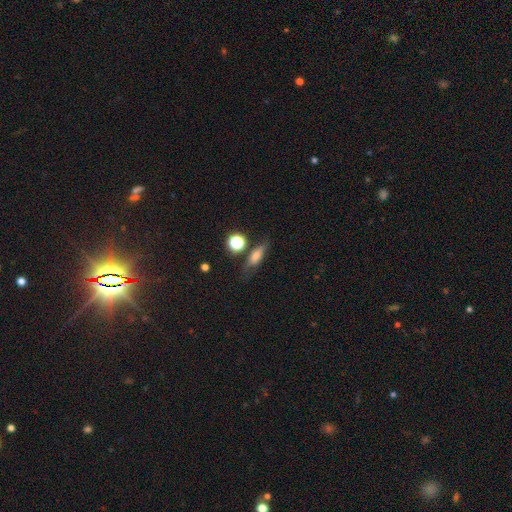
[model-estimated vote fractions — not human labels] A smooth galaxy with no disk features (66%) that is in between round and cigar-shaped (51%).

Vote fractions:
- Smooth or featured? smooth: 66% / featured or disk: 21% / star or artifact: 13%
- How rounded? in between: 51% / cigar-shaped: 35% / round: 13%
- Merging? none: 61% / minor disturbance: 22% / major disturbance: 10% / merger: 7%